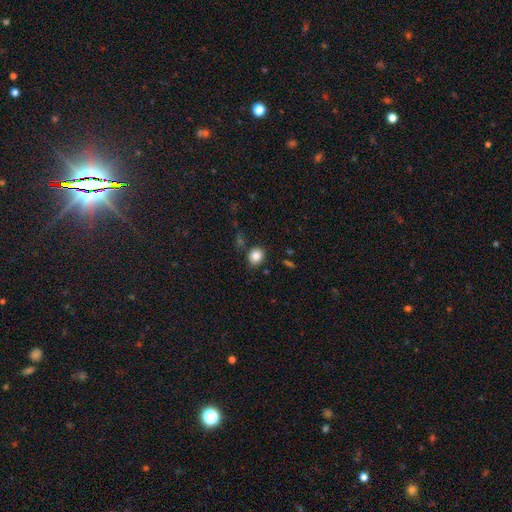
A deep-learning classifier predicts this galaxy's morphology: Smooth or featured? Predicted: smooth (p=0.84). How rounded? Predicted: round (p=0.72). Merging? Predicted: none (p=0.81).